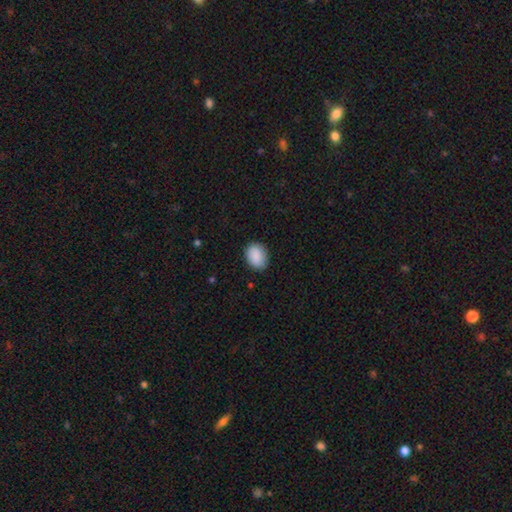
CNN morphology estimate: smooth_or_featured: smooth (p=0.90) [alt: star or artifact p=0.07]
how_rounded: in between (p=0.68) [alt: round p=0.31]
merging: none (p=0.83) [alt: minor disturbance p=0.13]